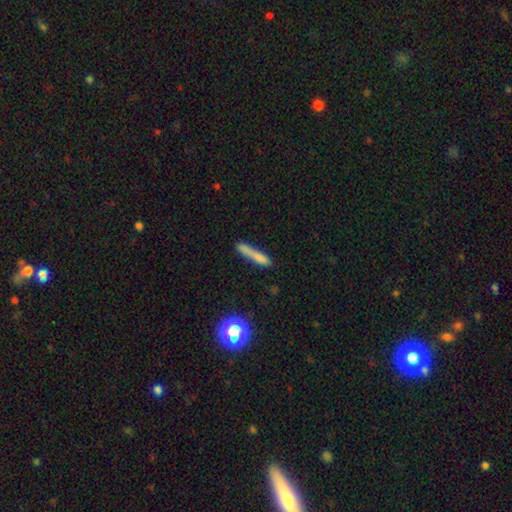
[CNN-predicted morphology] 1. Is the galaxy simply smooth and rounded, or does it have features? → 71% smooth, 18% featured or disk, 11% star or artifact.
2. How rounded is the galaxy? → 92% cigar-shaped, 6% in between, 2% round.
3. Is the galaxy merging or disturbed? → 69% none, 18% minor disturbance, 7% merger, 6% major disturbance.